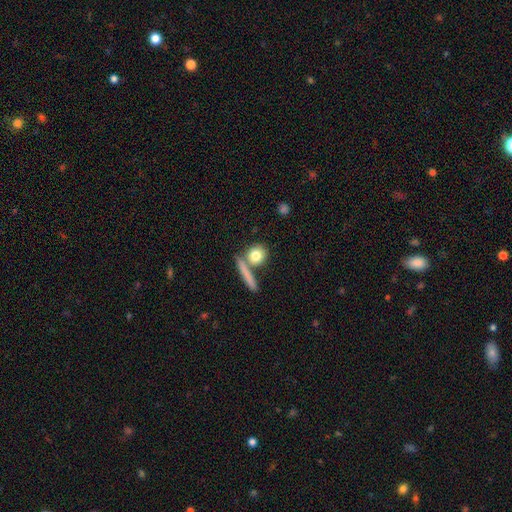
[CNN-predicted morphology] Smooth or featured? smooth (80%)
How rounded? round (73%)
Merging? none (67%)